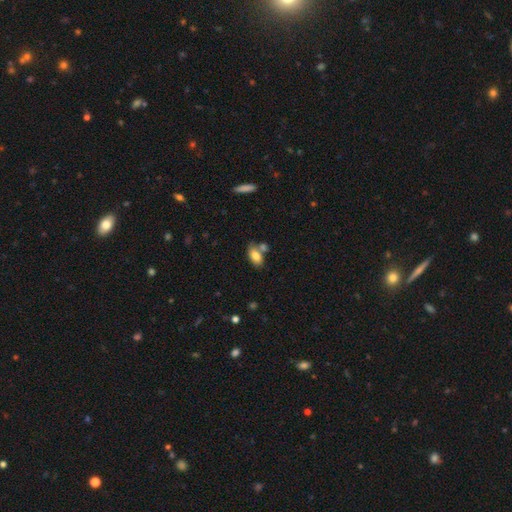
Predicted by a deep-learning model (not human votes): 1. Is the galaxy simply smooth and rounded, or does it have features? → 80% smooth, 12% featured or disk, 8% star or artifact.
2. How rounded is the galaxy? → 90% in between, 7% round, 3% cigar-shaped.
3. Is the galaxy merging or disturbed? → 53% none, 29% merger, 14% minor disturbance, 4% major disturbance.